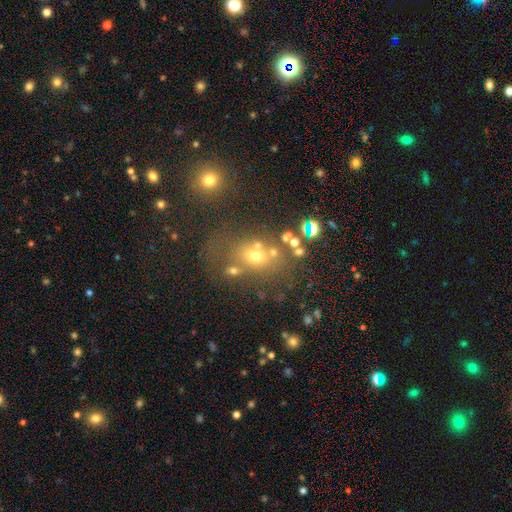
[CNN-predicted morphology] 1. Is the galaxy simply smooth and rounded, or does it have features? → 55% smooth, 25% star or artifact, 20% featured or disk.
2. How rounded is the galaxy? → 52% in between, 46% round, 3% cigar-shaped.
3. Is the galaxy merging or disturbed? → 55% none, 18% merger, 15% minor disturbance, 11% major disturbance.